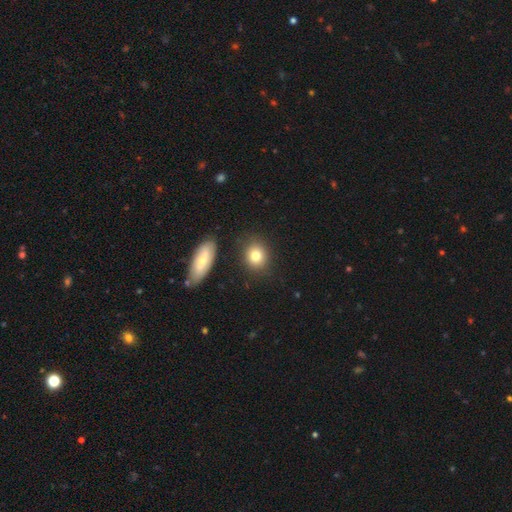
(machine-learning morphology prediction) Smooth or featured: smooth — 81% (featured or disk — 10%)
How rounded: round — 63% (in between — 35%)
Merging: none — 82% (minor disturbance — 10%)